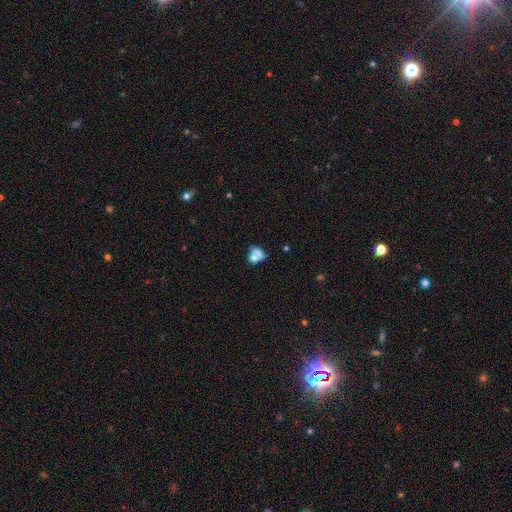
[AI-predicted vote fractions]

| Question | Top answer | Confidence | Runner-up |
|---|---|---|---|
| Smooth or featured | smooth | 60% | featured or disk (27%) |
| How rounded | in between | 51% | round (46%) |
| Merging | merger | 52% | none (28%) |